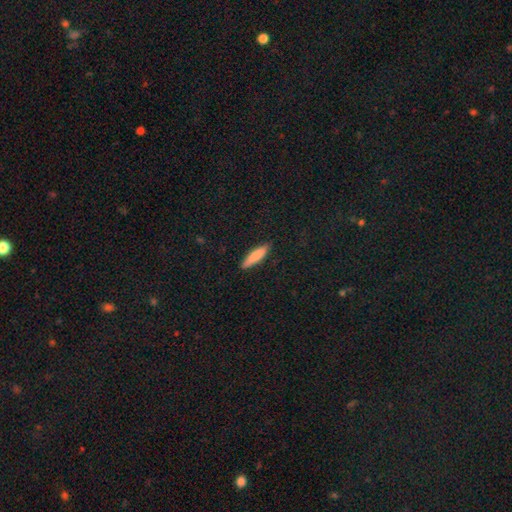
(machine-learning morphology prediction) This is clearly a smooth galaxy (83%). How rounded: likely cigar-shaped (79%). Merging: clearly none (87%).